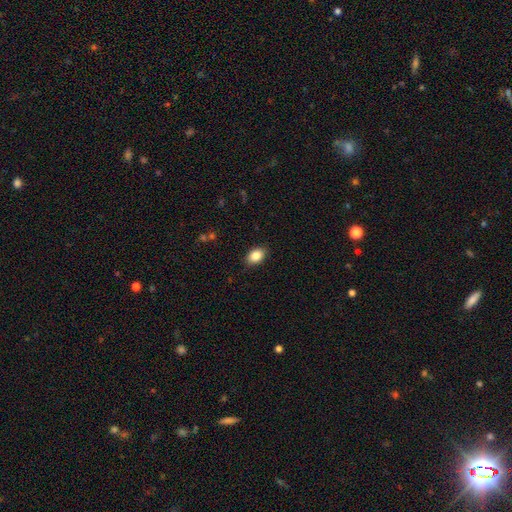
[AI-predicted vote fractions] Overall: smooth (86%). How rounded: in between (83%). Merging: none (87%).